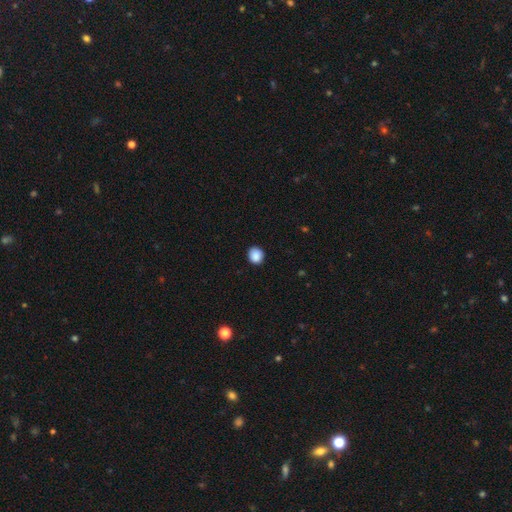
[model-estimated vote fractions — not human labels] Morphology: type=smooth (88%); roundness=round (80%); merging=none (89%).